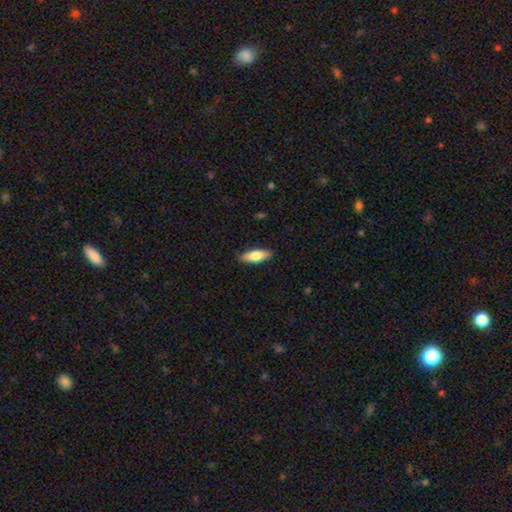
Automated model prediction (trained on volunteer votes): smooth-or-featured: smooth: 71% | featured or disk: 23% | star or artifact: 5%
  how-rounded: in between: 64% | cigar-shaped: 34% | round: 2%
  merging: none: 89% | minor disturbance: 9% | major disturbance: 2% | merger: 1%